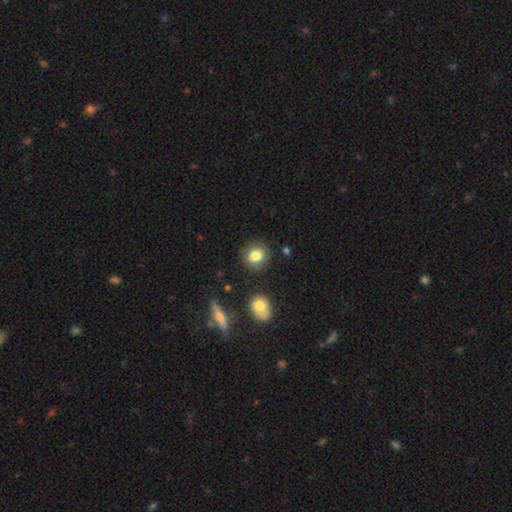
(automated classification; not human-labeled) A smooth galaxy with no disk features (83%) that is round (72%). Merging: none (86%).